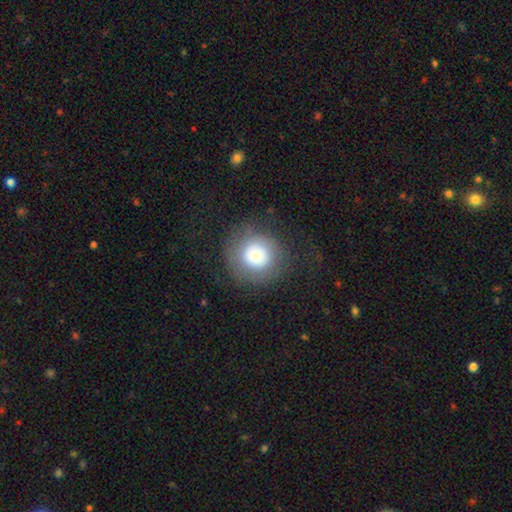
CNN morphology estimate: This appears to be a smooth galaxy with no disk features (67%) that is round (94%). Merging: none (76%).